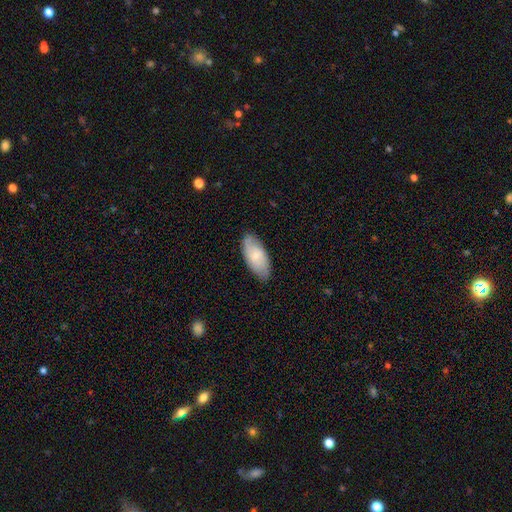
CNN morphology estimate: Overall: smooth (59%; featured or disk 35%). How rounded: in between (90%). Merging: none (81%).